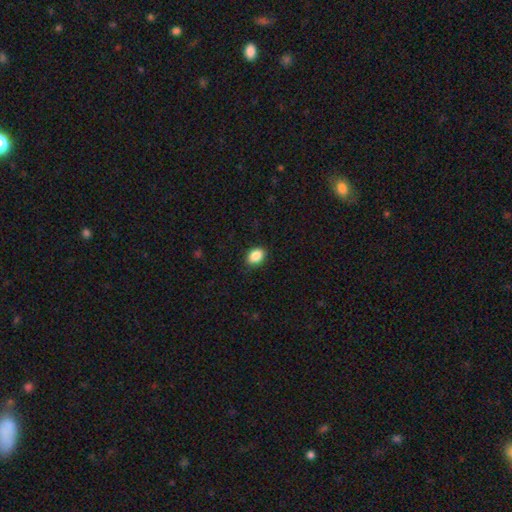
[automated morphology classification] Smooth or featured?
  - smooth: 87% *
  - star or artifact: 9%
  - featured or disk: 4%
How rounded?
  - in between: 70% *
  - round: 29%
  - cigar-shaped: 1%
Merging?
  - none: 85% *
  - minor disturbance: 12%
  - major disturbance: 2%
  - merger: 1%